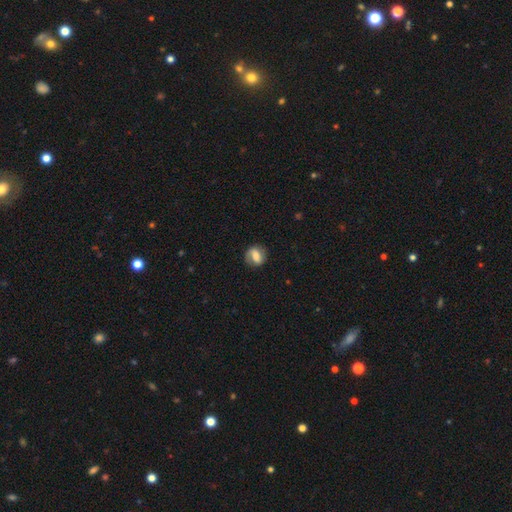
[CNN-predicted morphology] smooth-or-featured: smooth: 49% | featured or disk: 43% | star or artifact: 8%
  merging: none: 75% | minor disturbance: 17% | major disturbance: 7% | merger: 1%